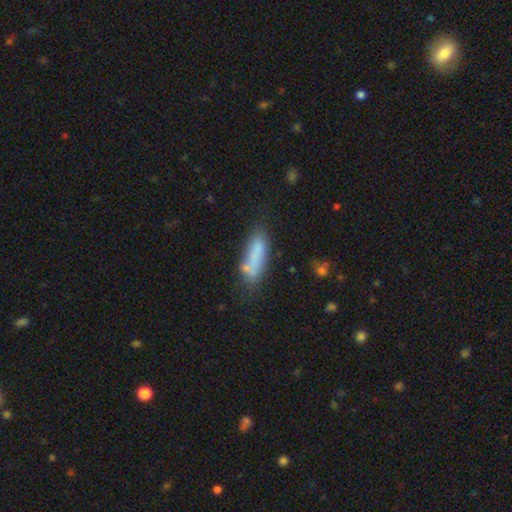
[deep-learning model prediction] Morphology: type=smooth (74%); roundness=cigar-shaped (53%); merging=none (54%).